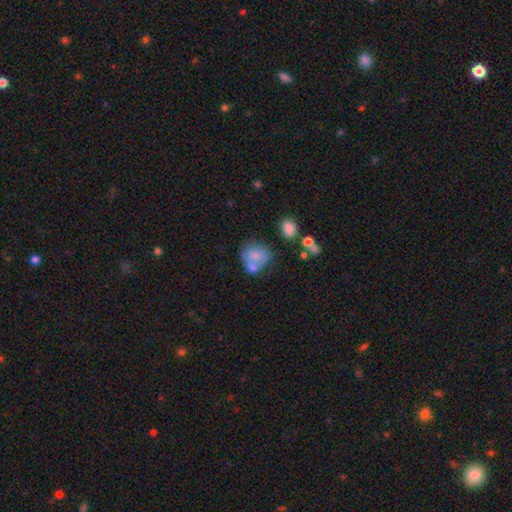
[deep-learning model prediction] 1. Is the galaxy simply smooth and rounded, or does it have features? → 65% smooth, 26% featured or disk, 9% star or artifact.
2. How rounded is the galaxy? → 69% round, 30% in between, 1% cigar-shaped.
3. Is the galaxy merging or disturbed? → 36% none, 31% merger, 20% minor disturbance, 12% major disturbance.